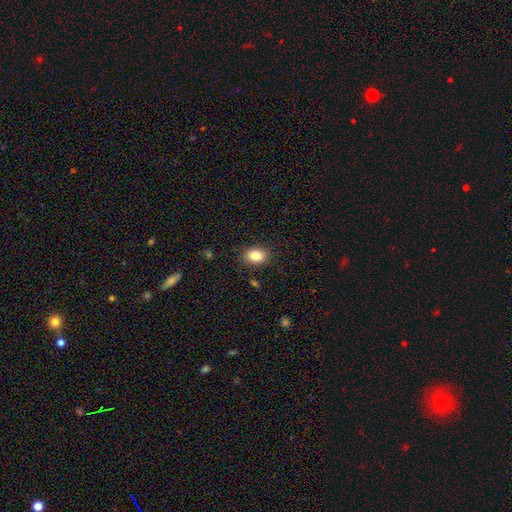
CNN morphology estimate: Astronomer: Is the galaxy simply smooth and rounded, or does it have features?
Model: smooth — 84%.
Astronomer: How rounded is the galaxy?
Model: in between — 67%.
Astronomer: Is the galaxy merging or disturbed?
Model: none — 87%.